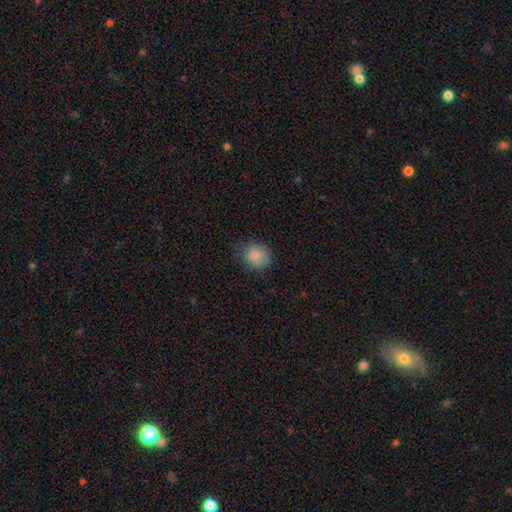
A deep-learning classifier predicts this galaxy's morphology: smooth 85%, star or artifact 8%, featured or disk 7%. Down the decision tree: how rounded — round (77%); merging — none (70%).